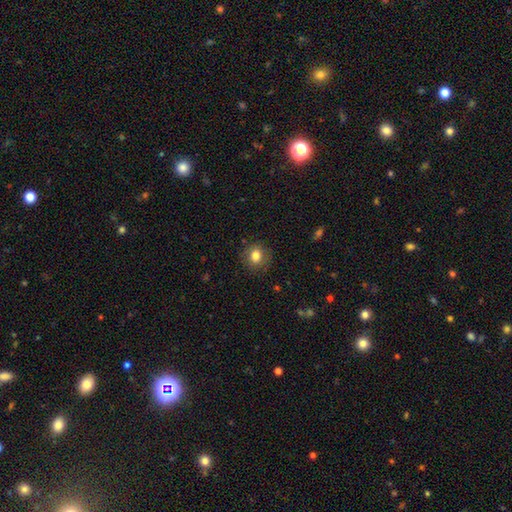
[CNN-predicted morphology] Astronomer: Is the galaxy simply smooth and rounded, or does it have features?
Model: smooth — 81%.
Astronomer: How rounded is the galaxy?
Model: round — 78%.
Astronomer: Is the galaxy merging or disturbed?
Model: none — 86%.